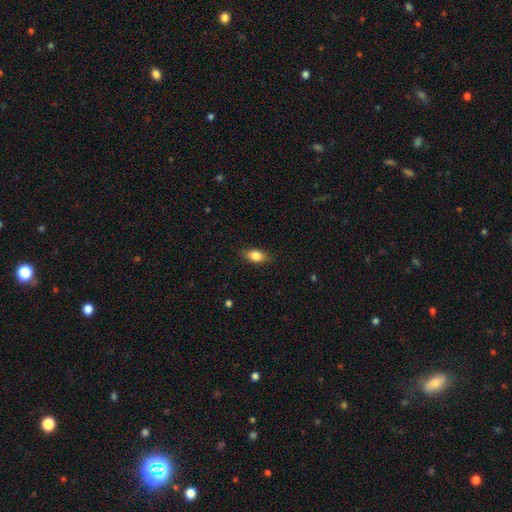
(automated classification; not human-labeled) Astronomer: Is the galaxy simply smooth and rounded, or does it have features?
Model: smooth — 81%.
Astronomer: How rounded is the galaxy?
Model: in between — 84%.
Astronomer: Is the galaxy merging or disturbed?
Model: none — 83%.